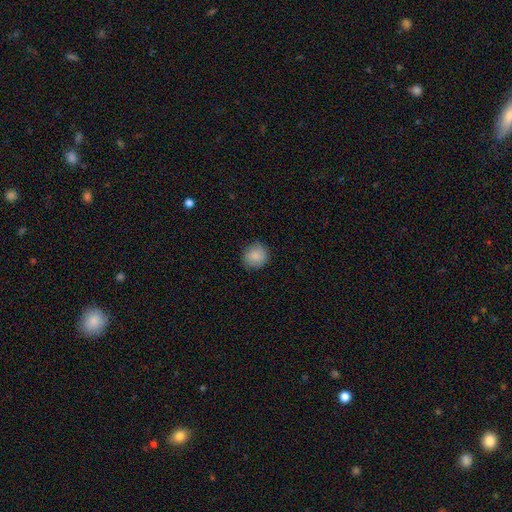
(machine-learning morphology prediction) The model was most divided on "merging": none: 85%, minor disturbance: 11%, major disturbance: 3%, merger: 1%. More confident: how rounded — round (87%); smooth or featured — smooth (86%).